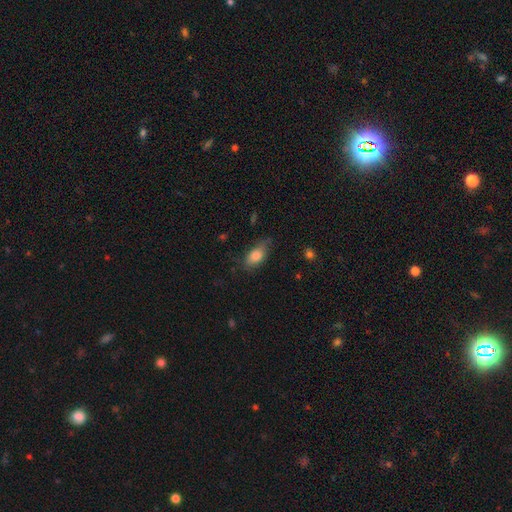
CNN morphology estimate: Smooth or featured? smooth (79%)
How rounded? in between (86%)
Merging? none (66%)